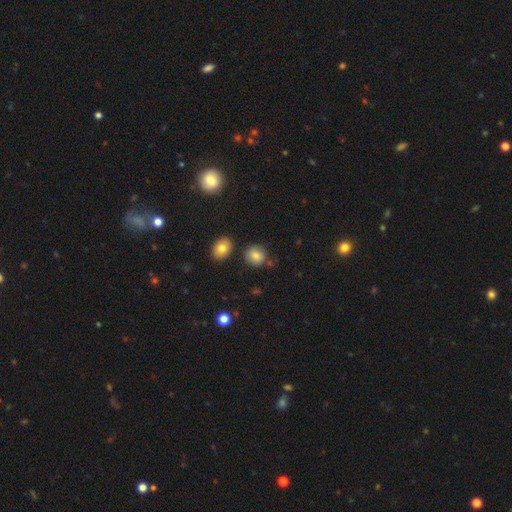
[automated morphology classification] Q: Smooth or featured?
A: smooth (82%); runner-up: star or artifact (10%)
Q: How rounded?
A: round (82%); runner-up: in between (17%)
Q: Merging?
A: none (80%); runner-up: minor disturbance (12%)